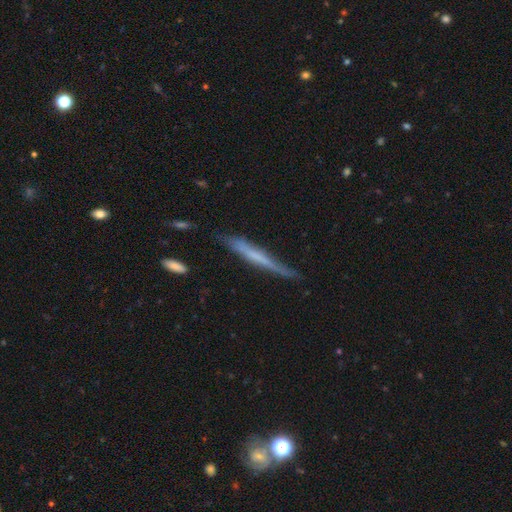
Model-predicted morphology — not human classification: type=featured or disk (50%); edge-on=yes (93%); merging=none (71%).